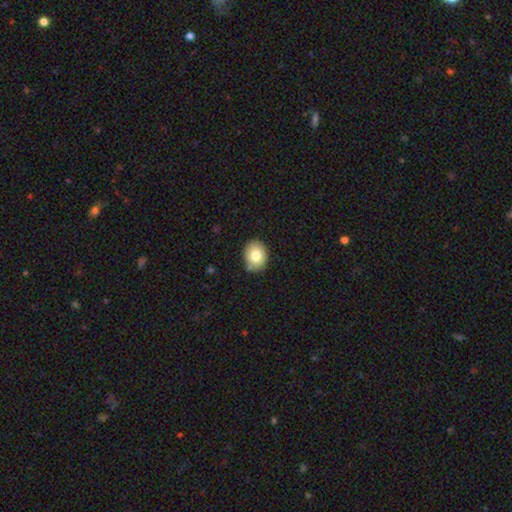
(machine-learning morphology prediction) Q: Smooth or featured?
A: smooth (80%); runner-up: featured or disk (12%)
Q: How rounded?
A: in between (51%); runner-up: round (48%)
Q: Merging?
A: none (83%); runner-up: minor disturbance (13%)